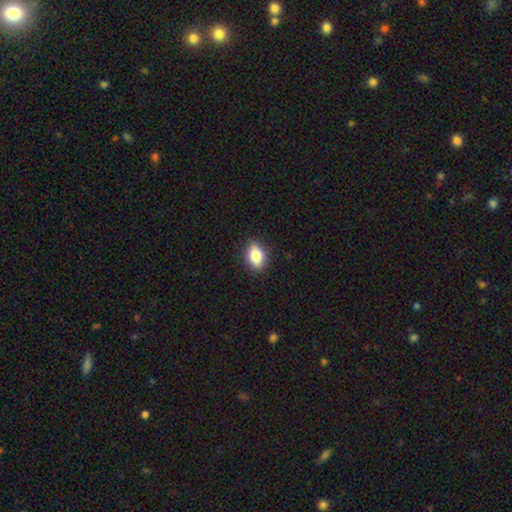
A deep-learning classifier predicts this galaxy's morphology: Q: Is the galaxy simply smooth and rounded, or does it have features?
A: smooth — 76%.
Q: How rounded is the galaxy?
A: in between — 79%.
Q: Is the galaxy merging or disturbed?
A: none — 86%.